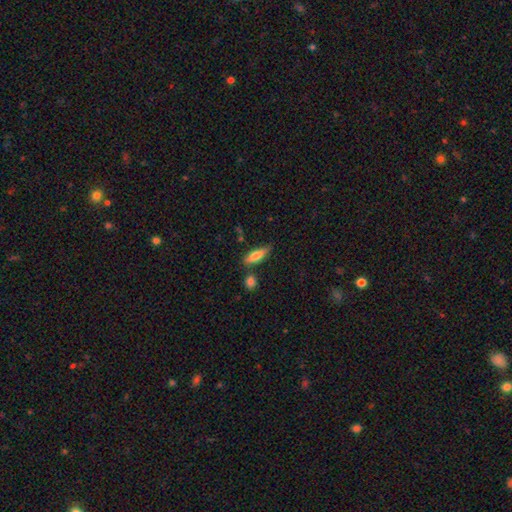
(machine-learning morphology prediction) Smooth or featured? smooth (71%)
How rounded? cigar-shaped (53%)
Merging? none (69%)